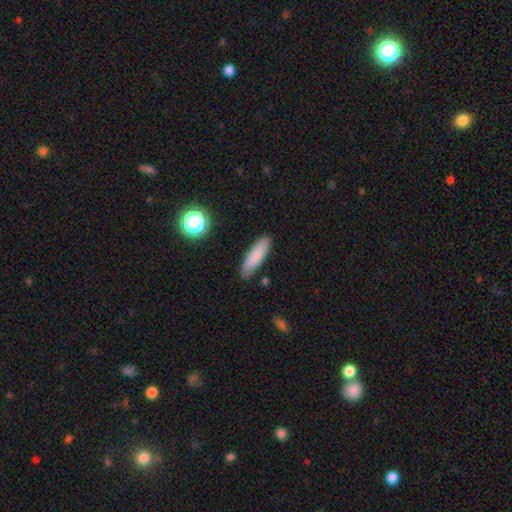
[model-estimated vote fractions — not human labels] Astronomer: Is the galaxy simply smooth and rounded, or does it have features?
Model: smooth — 82%.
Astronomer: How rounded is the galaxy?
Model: cigar-shaped — 64%.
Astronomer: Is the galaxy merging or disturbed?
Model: none — 85%.